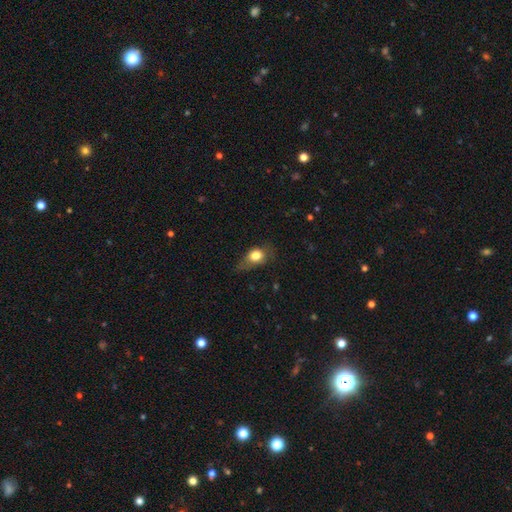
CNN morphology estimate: Q: Smooth or featured?
A: smooth (77%); runner-up: featured or disk (13%)
Q: How rounded?
A: in between (55%); runner-up: round (42%)
Q: Merging?
A: none (46%); runner-up: minor disturbance (34%)